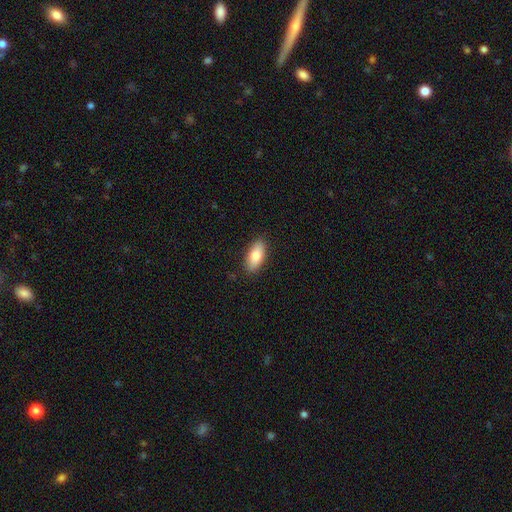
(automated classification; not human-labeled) This appears to be a smooth galaxy with no disk features (80%) that is in between round and cigar-shaped (85%). Merging: none (88%).